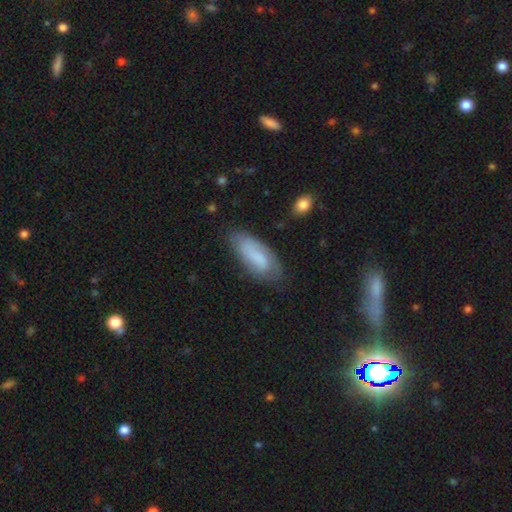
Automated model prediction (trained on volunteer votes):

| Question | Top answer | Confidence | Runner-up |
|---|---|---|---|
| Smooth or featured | smooth | 64% | featured or disk (29%) |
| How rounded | in between | 77% | cigar-shaped (21%) |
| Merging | none | 67% | minor disturbance (25%) |